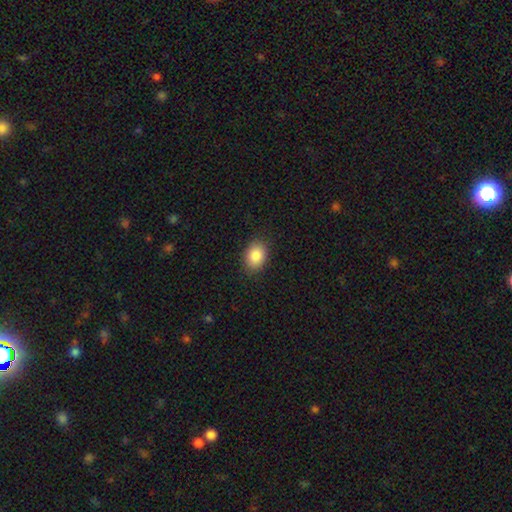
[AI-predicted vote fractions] A smooth galaxy with no disk features (87%) that is in between round and cigar-shaped (72%).

Vote fractions:
- Smooth or featured? smooth: 87% / star or artifact: 8% / featured or disk: 5%
- How rounded? in between: 72% / round: 27% / cigar-shaped: 1%
- Merging? none: 87% / minor disturbance: 9% / major disturbance: 2% / merger: 1%